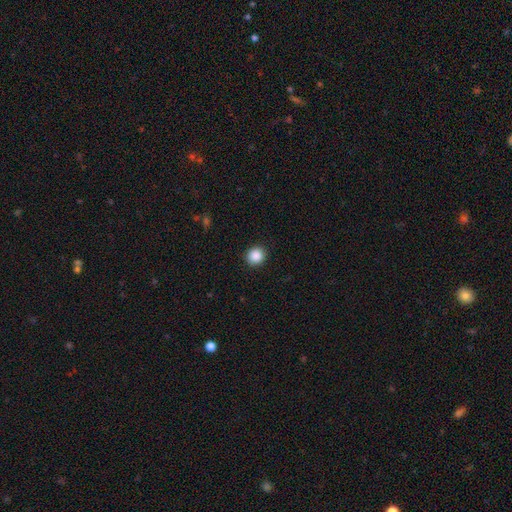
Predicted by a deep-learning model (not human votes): This appears to be a smooth galaxy with no disk features (88%) that is round (89%). Merging: none (91%).